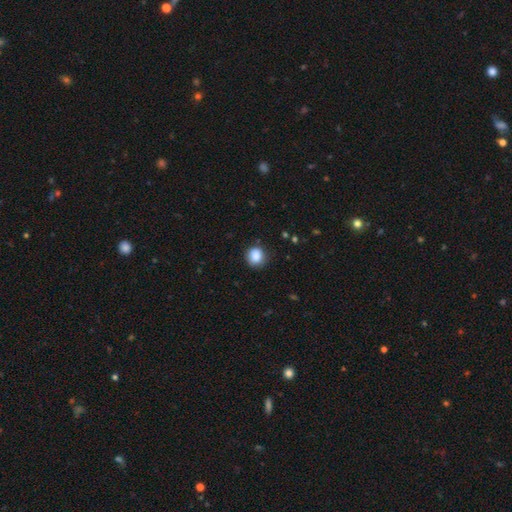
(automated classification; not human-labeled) The model was most divided on "merging": none: 82%, minor disturbance: 14%, major disturbance: 3%, merger: 1%. More confident: smooth or featured — smooth (87%); how rounded — round (85%).